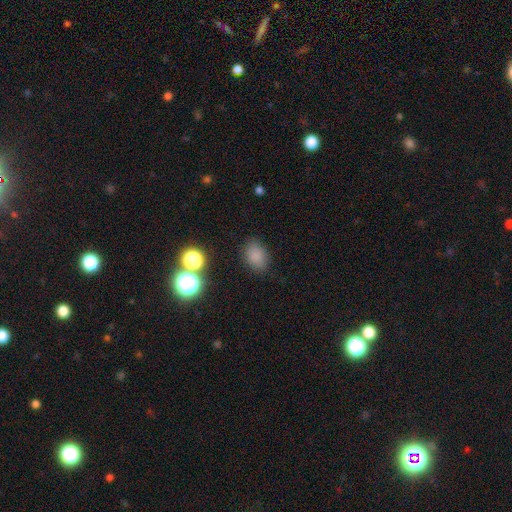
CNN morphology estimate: This appears to be a smooth galaxy with no disk features (80%) that is in between round and cigar-shaped (69%). Merging: none (81%).